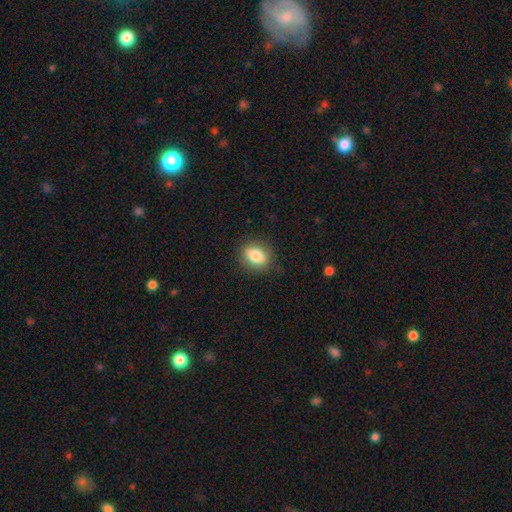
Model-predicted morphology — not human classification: Smooth or featured: smooth — 80% (featured or disk — 11%)
How rounded: in between — 59% (round — 39%)
Merging: none — 85% (minor disturbance — 11%)